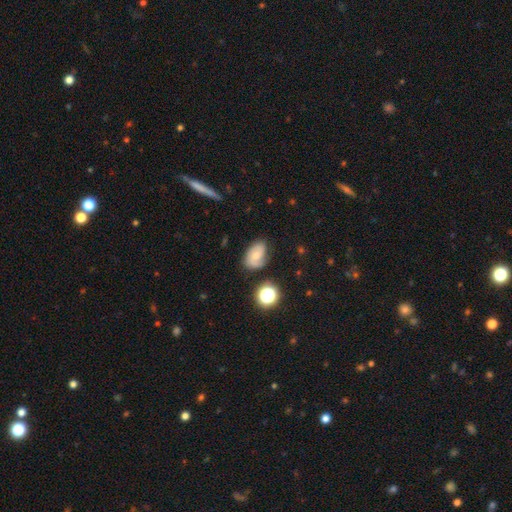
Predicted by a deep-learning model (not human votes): A featured or disk galaxy (49%).

Vote fractions:
- Smooth or featured? featured or disk: 49% / smooth: 40% / star or artifact: 11%
- Merging? none: 64% / minor disturbance: 25% / major disturbance: 8% / merger: 3%